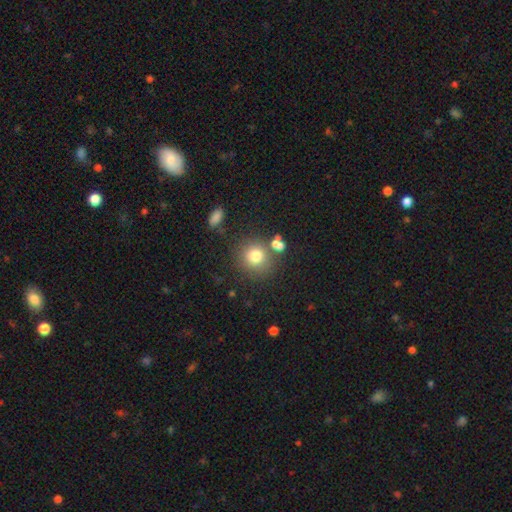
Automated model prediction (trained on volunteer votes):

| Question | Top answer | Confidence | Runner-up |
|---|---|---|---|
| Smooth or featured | smooth | 78% | star or artifact (13%) |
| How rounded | round | 89% | in between (10%) |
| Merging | none | 72% | merger (12%) |